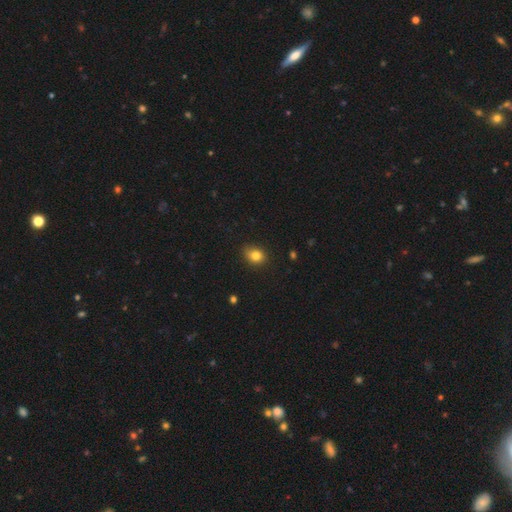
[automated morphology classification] Overall: smooth (81%). How rounded: in between (55%; round 44%). Merging: none (81%).